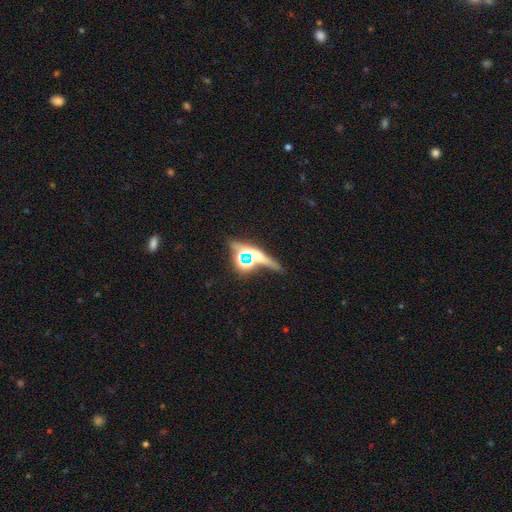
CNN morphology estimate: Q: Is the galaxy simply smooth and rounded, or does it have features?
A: star or artifact — 41%.